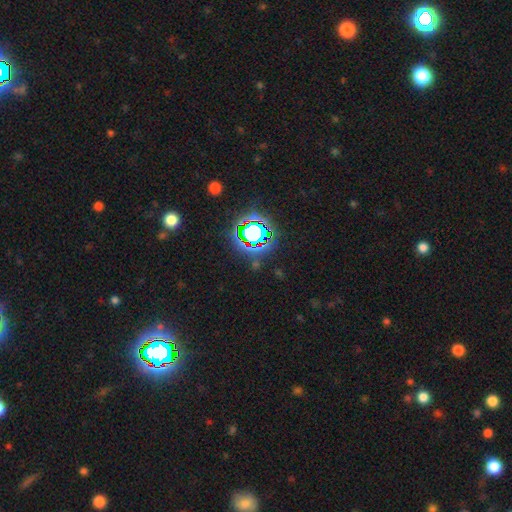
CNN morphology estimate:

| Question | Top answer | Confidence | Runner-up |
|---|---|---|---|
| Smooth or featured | star or artifact | 82% | smooth (11%) |